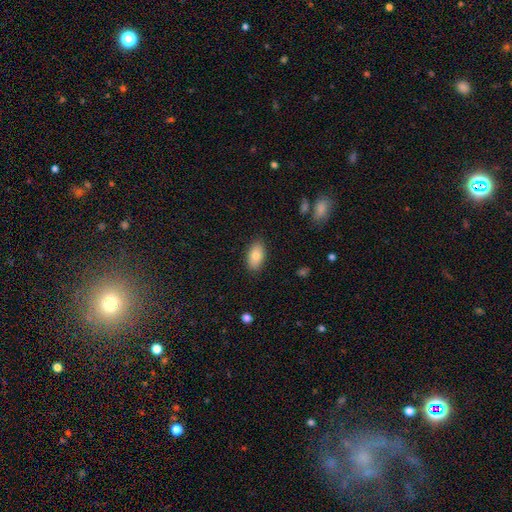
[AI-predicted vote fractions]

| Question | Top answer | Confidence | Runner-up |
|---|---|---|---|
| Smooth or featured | smooth | 82% | featured or disk (11%) |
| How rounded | in between | 93% | round (4%) |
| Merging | none | 87% | minor disturbance (10%) |